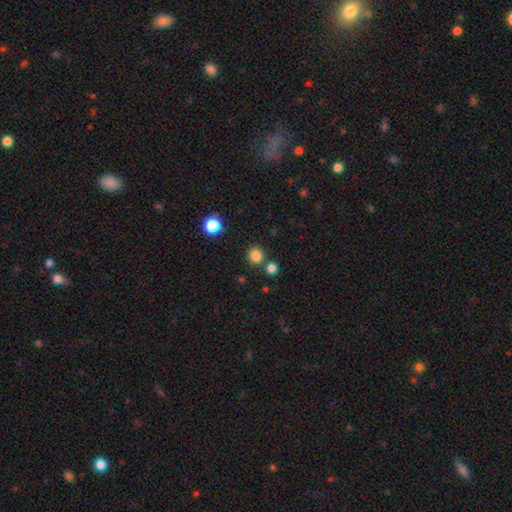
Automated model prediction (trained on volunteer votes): This appears to be a smooth galaxy with no disk features (83%) that is round (90%). Merging: none (81%).